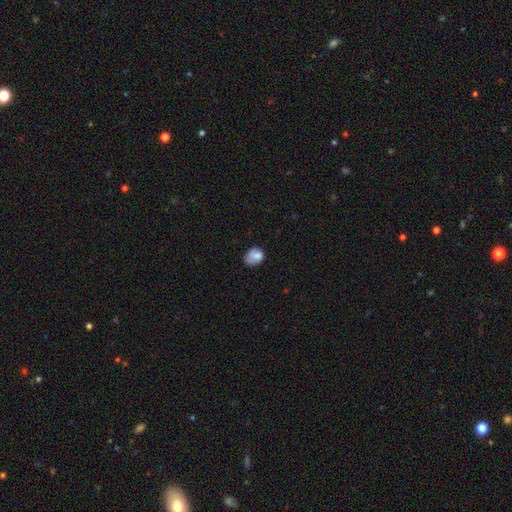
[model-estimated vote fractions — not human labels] Smooth or featured?
  - smooth: 79% *
  - featured or disk: 12%
  - star or artifact: 9%
How rounded?
  - in between: 54% *
  - round: 45%
  - cigar-shaped: 1%
Merging?
  - none: 48% *
  - minor disturbance: 36%
  - major disturbance: 13%
  - merger: 3%